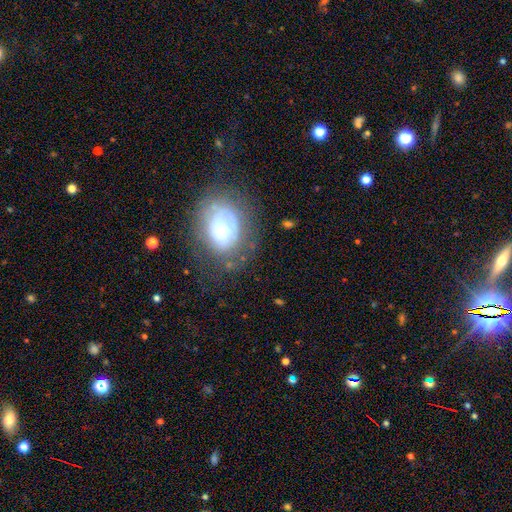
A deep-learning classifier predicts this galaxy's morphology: A featured or disk galaxy (49%).

Vote fractions:
- Smooth or featured? featured or disk: 49% / smooth: 33% / star or artifact: 18%
- Merging? none: 69% / minor disturbance: 18% / major disturbance: 11% / merger: 2%